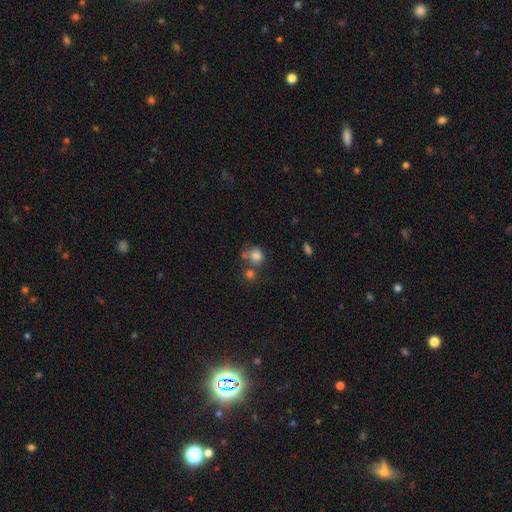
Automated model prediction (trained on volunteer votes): Overall: smooth (76%). How rounded: round (72%). Merging: none (44%; merger 33%).